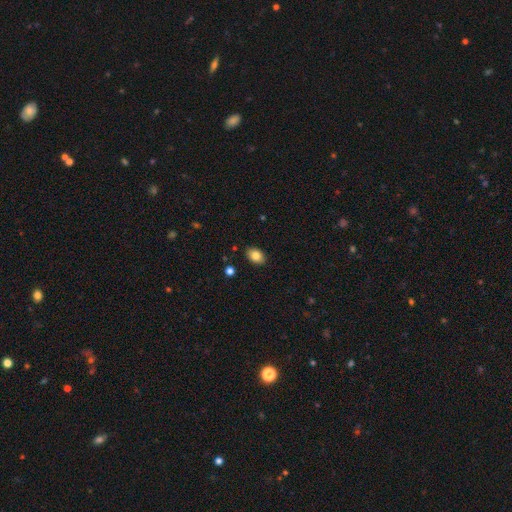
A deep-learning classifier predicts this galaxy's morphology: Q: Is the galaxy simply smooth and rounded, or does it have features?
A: smooth — 84%.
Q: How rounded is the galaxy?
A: in between — 81%.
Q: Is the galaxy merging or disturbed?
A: none — 88%.